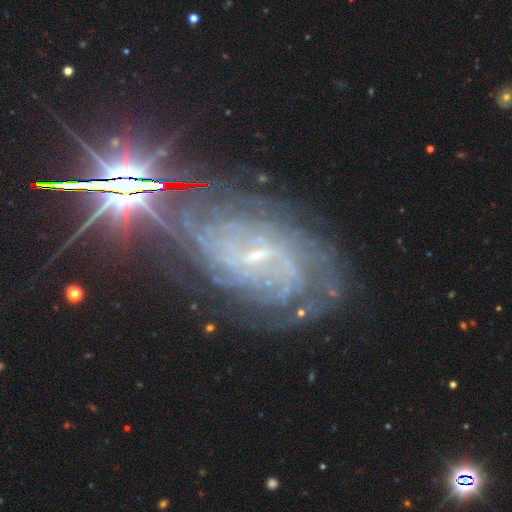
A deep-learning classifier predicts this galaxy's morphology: Smooth or featured: featured or disk — 79% (star or artifact — 14%)
Edge-on disk: no — 95% (yes — 5%)
Bar: weak — 51% (no — 26%)
Spiral arms: yes — 95% (no — 5%)
Spiral winding: tight — 59% (medium — 32%)
Spiral arm count: can't tell — 39% (more than 4 — 16%)
Bulge size: small — 80% (moderate — 12%)
Merging: none — 70% (minor disturbance — 17%)